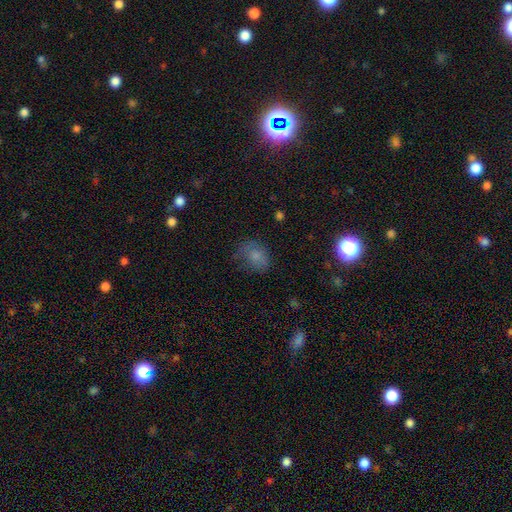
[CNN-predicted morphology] Q: Smooth or featured?
A: smooth (73%); runner-up: star or artifact (14%)
Q: How rounded?
A: in between (62%); runner-up: round (37%)
Q: Merging?
A: none (52%); runner-up: minor disturbance (28%)